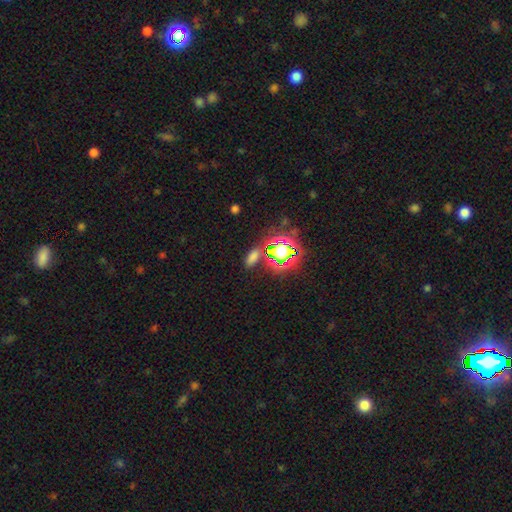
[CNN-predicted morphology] Smooth or featured? star or artifact (61%)